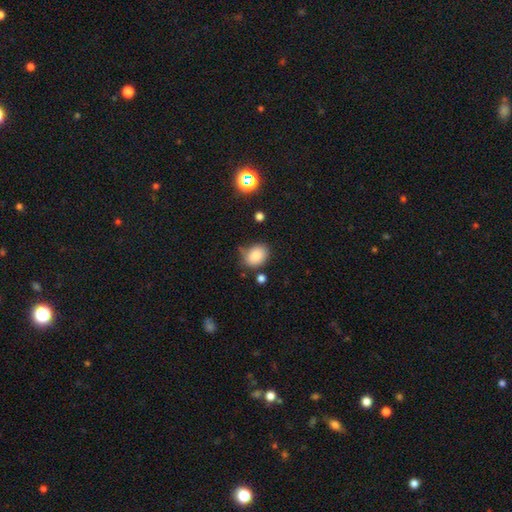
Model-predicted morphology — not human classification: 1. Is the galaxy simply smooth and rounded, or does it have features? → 84% smooth, 10% star or artifact, 6% featured or disk.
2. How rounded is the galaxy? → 70% in between, 29% round, 1% cigar-shaped.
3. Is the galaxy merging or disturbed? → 63% none, 25% minor disturbance, 7% major disturbance, 6% merger.